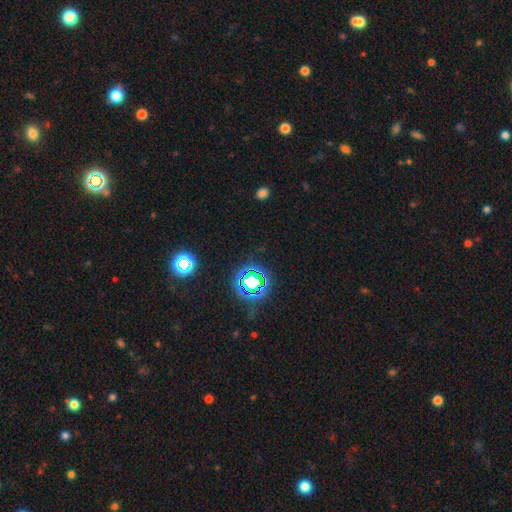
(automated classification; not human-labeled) Smooth or featured: star or artifact — 79% (smooth — 14%)